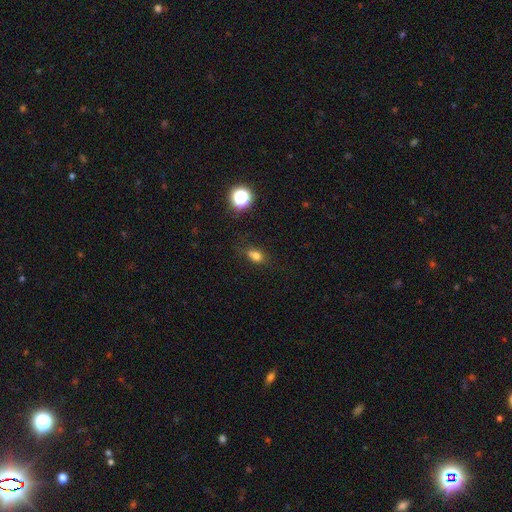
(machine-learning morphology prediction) This is likely a smooth galaxy (74%). How rounded: likely in between (68%). Merging: possibly none (59%).